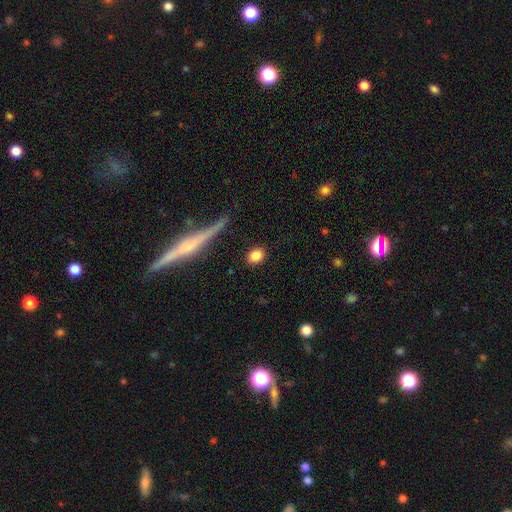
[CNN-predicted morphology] type=smooth (84%); roundness=round (50%); merging=none (88%).